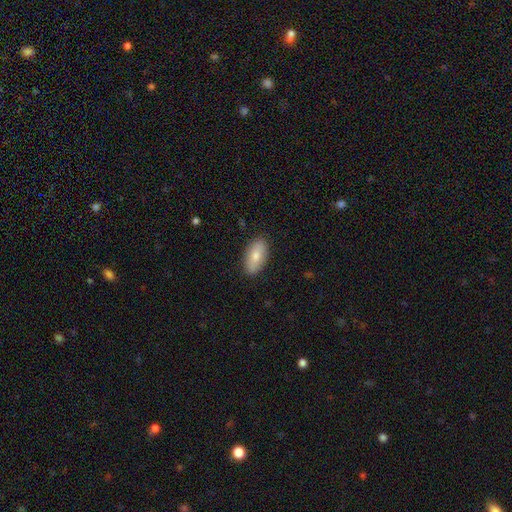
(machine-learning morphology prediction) smooth_or_featured: smooth (p=0.76) [alt: featured or disk p=0.18]
how_rounded: in between (p=0.92) [alt: cigar-shaped p=0.05]
merging: none (p=0.87) [alt: minor disturbance p=0.10]